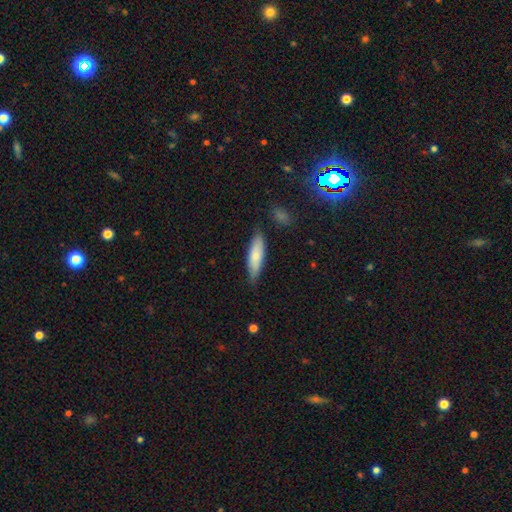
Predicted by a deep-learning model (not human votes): Morphology: type=smooth (75%); roundness=cigar-shaped (61%); merging=none (79%).